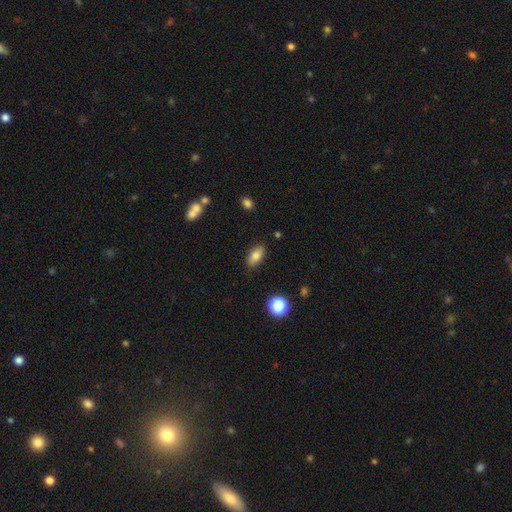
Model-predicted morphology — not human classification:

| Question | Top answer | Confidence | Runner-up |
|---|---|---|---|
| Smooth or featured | smooth | 78% | featured or disk (13%) |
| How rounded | in between | 88% | cigar-shaped (6%) |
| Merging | none | 86% | minor disturbance (10%) |